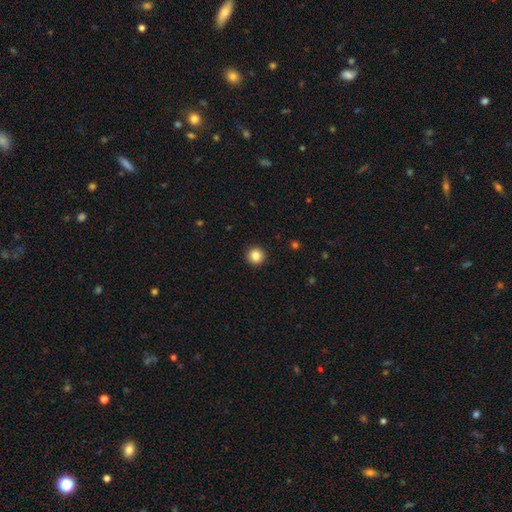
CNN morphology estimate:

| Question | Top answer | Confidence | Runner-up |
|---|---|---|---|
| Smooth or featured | smooth | 86% | star or artifact (10%) |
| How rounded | round | 95% | in between (4%) |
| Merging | none | 93% | minor disturbance (4%) |